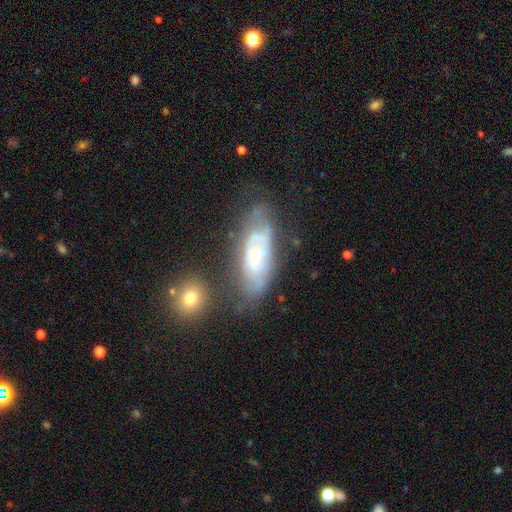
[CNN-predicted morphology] A featured or disk galaxy (71%) with no bar (75%), spiral arms (75%) and a small central bulge (60%).

Vote fractions:
- Smooth or featured? featured or disk: 71% / smooth: 21% / star or artifact: 7%
- Edge-on disk? no: 88% / yes: 12%
- Bar? no: 75% / weak: 21% / strong: 4%
- Spiral arms? yes: 75% / no: 25%
- Bulge size? small: 60% / moderate: 35% / large: 2% / none: 2% / dominant: 1%
- Merging? none: 51% / minor disturbance: 26% / major disturbance: 15% / merger: 8%